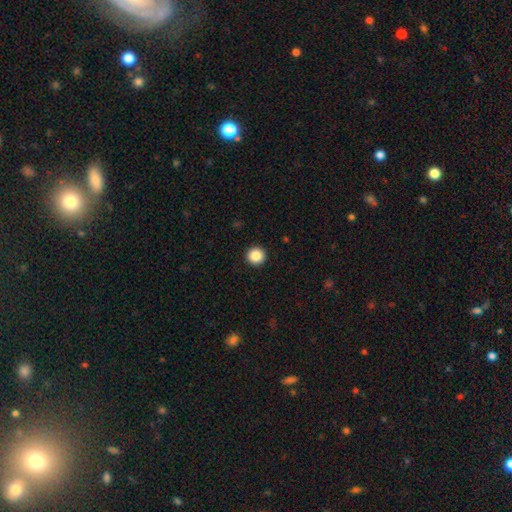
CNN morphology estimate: A smooth galaxy with no disk features (87%) that is round (96%). Merging: none (94%).